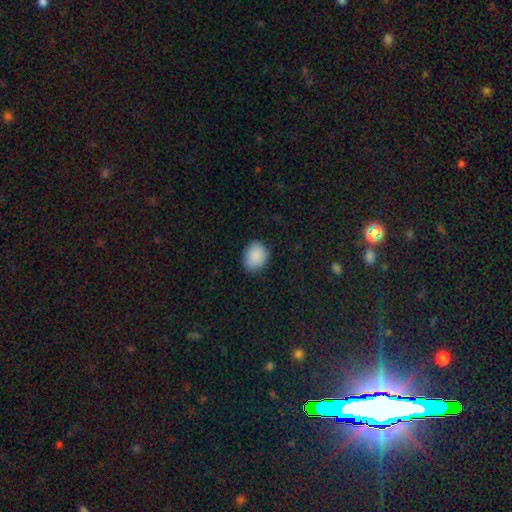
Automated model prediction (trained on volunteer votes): This is clearly a smooth galaxy (89%). How rounded: possibly in between (55%). Merging: likely none (80%).